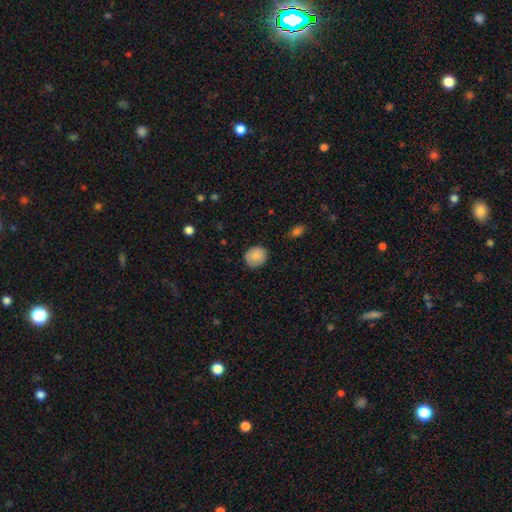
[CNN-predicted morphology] The model was most divided on "how rounded": round: 72%, in between: 27%, cigar-shaped: 1%. More confident: smooth or featured — smooth (85%); merging — none (82%).